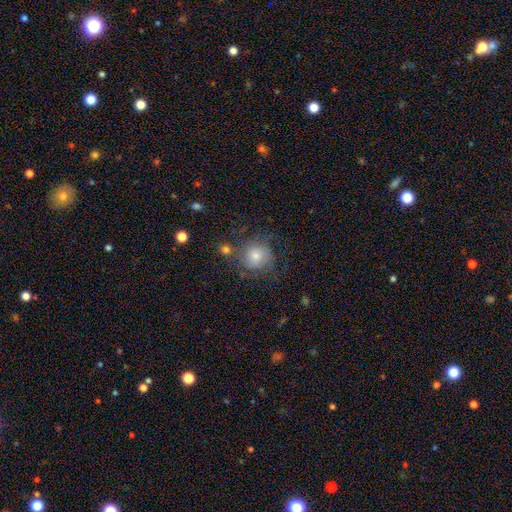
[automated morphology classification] smooth_or_featured: smooth (p=0.51) [alt: featured or disk p=0.36]
how_rounded: round (p=0.88) [alt: in between p=0.11]
merging: none (p=0.66) [alt: minor disturbance p=0.18]